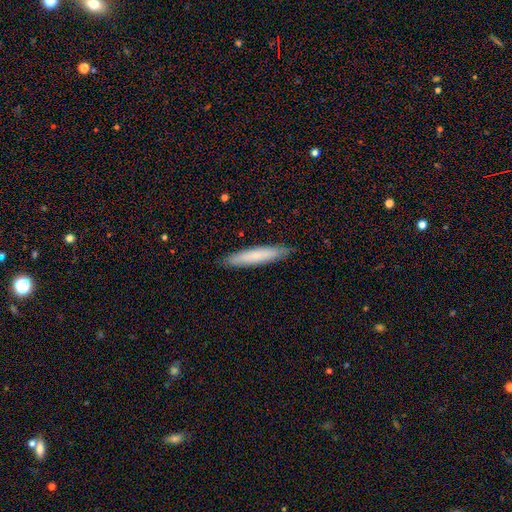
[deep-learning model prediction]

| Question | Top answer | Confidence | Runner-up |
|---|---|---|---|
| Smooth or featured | smooth | 71% | featured or disk (23%) |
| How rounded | cigar-shaped | 90% | in between (9%) |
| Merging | none | 88% | minor disturbance (10%) |